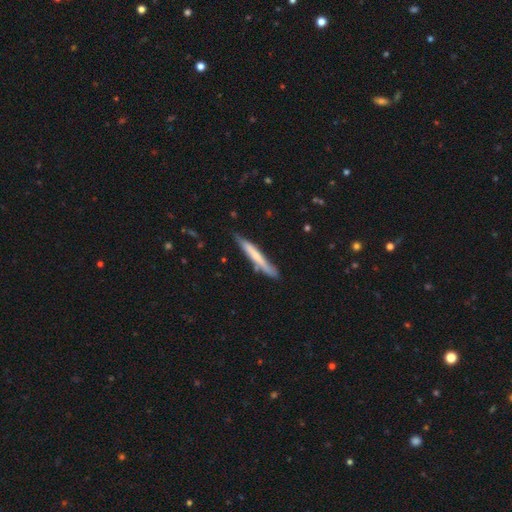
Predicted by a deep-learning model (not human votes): Smooth or featured?
  - smooth: 54% *
  - featured or disk: 40%
  - star or artifact: 5%
How rounded?
  - cigar-shaped: 95% *
  - in between: 4%
  - round: 1%
Merging?
  - none: 77% *
  - minor disturbance: 17%
  - merger: 3%
  - major disturbance: 3%